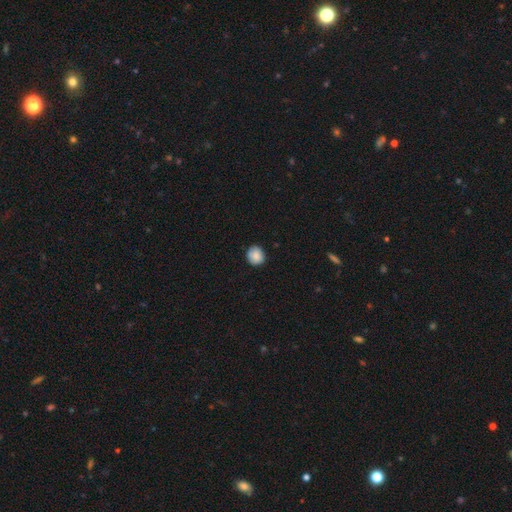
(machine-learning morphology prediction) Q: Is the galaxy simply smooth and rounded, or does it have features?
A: smooth — 86%.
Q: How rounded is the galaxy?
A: round — 81%.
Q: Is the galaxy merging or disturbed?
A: none — 81%.